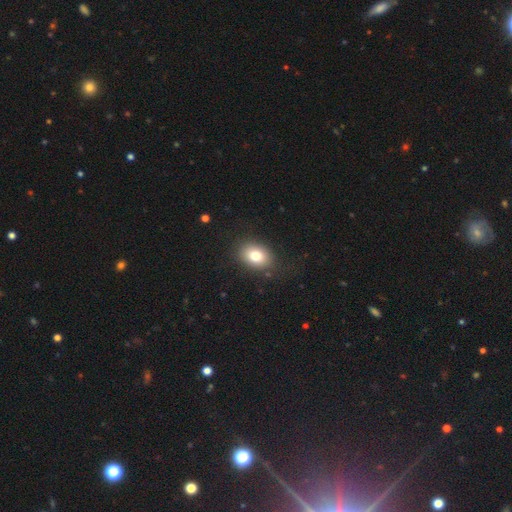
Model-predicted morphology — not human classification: Q: Smooth or featured?
A: smooth (79%); runner-up: featured or disk (12%)
Q: How rounded?
A: in between (69%); runner-up: round (30%)
Q: Merging?
A: none (84%); runner-up: minor disturbance (11%)